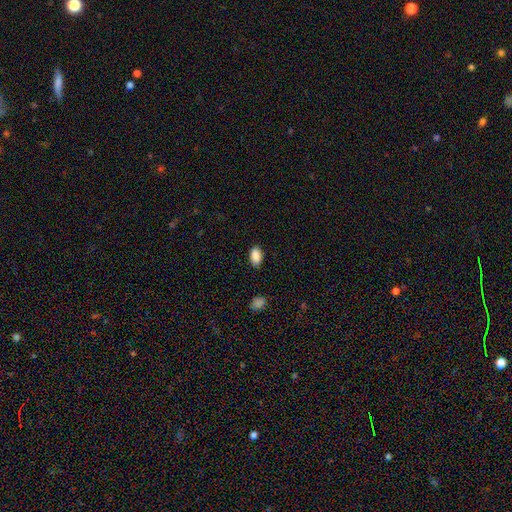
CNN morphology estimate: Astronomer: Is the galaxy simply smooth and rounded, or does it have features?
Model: smooth — 89%.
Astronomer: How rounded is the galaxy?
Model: in between — 92%.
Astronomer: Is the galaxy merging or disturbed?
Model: none — 85%.